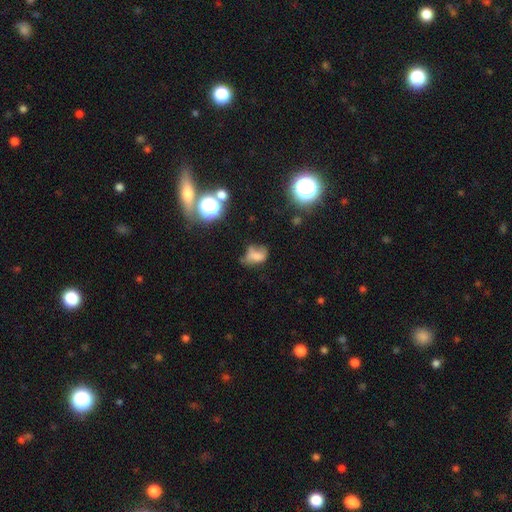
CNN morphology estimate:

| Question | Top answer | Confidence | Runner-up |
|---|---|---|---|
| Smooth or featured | smooth | 59% | featured or disk (23%) |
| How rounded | in between | 75% | round (22%) |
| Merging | none | 35% | minor disturbance (31%) |